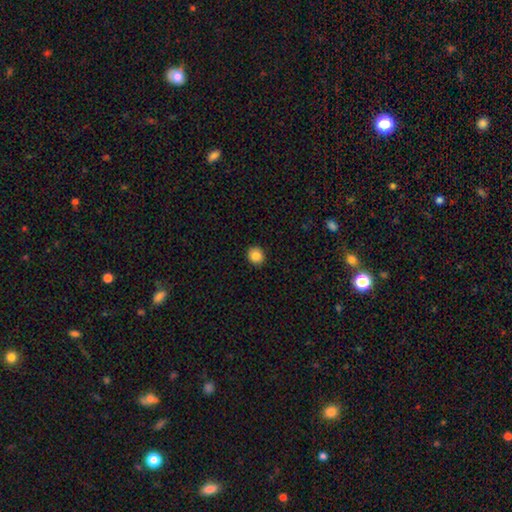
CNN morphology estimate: Overall: smooth (84%). How rounded: round (83%). Merging: none (92%).